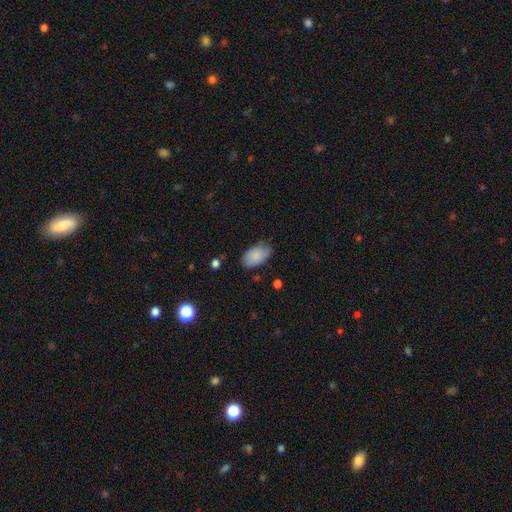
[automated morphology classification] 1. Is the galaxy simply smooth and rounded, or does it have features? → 84% smooth, 9% featured or disk, 6% star or artifact.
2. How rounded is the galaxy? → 94% in between, 5% round, 1% cigar-shaped.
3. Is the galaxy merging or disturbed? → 76% none, 19% minor disturbance, 4% major disturbance, 1% merger.